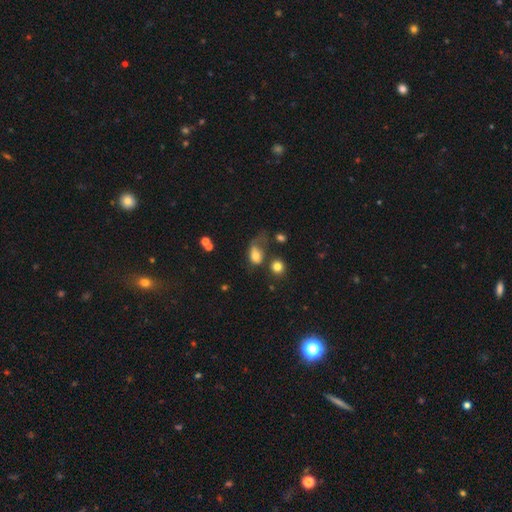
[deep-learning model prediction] Morphology: type=smooth (71%); roundness=in between (69%); merging=major disturbance (42%).